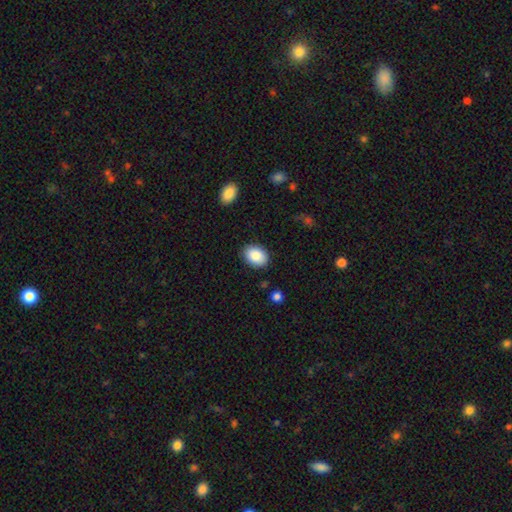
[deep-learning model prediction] Overall: smooth (88%). How rounded: in between (76%). Merging: none (87%).